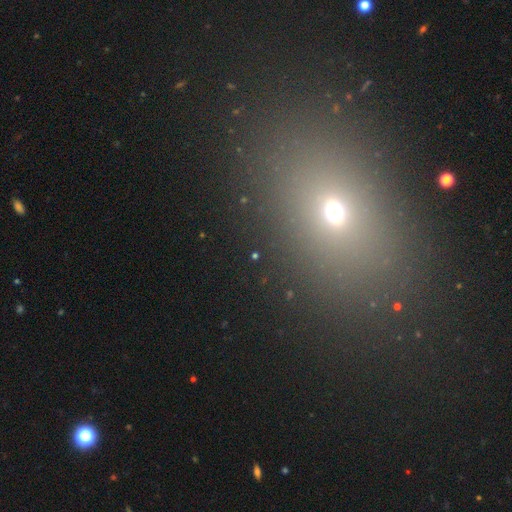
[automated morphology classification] The model was most divided on "smooth or featured": star or artifact: 54%, smooth: 33%, featured or disk: 13%.